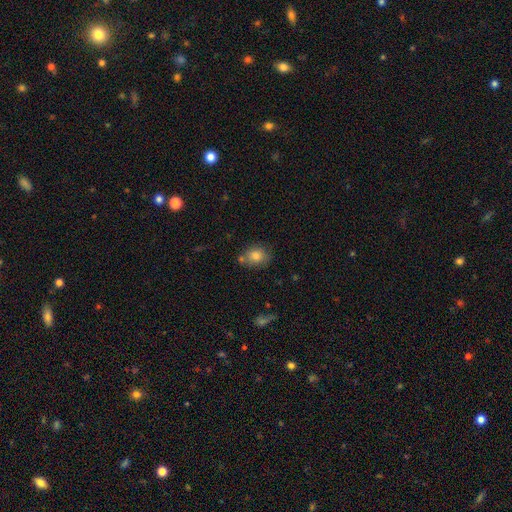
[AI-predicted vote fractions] Morphology: type=smooth (82%); roundness=round (53%); merging=none (67%).